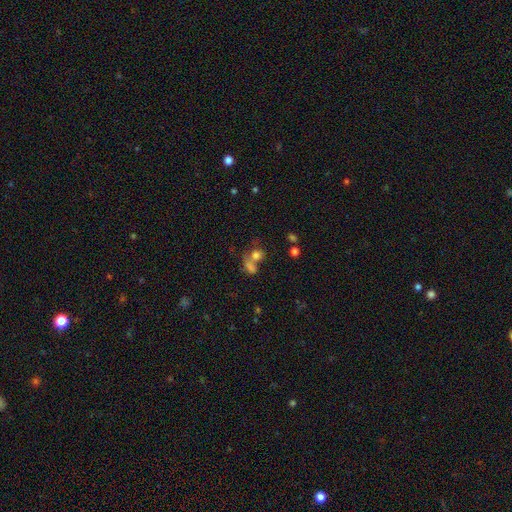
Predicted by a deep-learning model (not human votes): smooth-or-featured: smooth: 71% | star or artifact: 16% | featured or disk: 13%
  how-rounded: round: 59% | in between: 39% | cigar-shaped: 2%
  merging: merger: 46% | none: 36% | minor disturbance: 10% | major disturbance: 8%